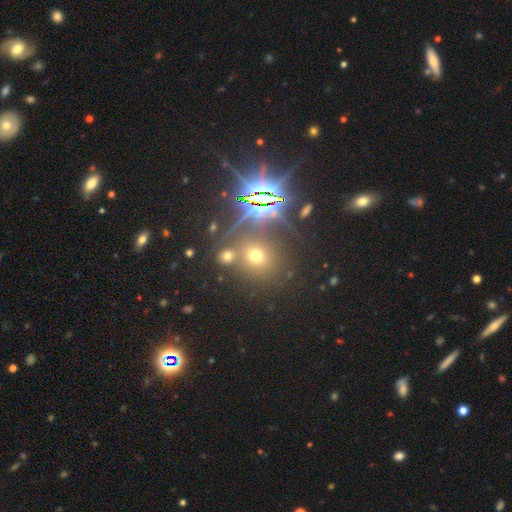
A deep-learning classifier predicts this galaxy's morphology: Smooth or featured?
  - smooth: 48% *
  - star or artifact: 40%
  - featured or disk: 11%
Merging?
  - none: 68% *
  - merger: 17%
  - minor disturbance: 9%
  - major disturbance: 6%